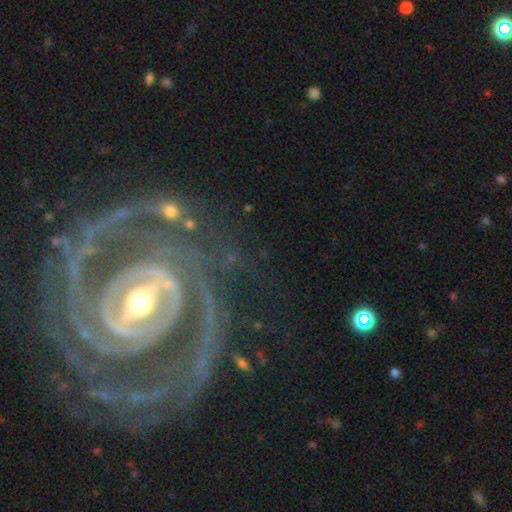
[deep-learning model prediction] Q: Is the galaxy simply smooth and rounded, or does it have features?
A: featured or disk — 92%.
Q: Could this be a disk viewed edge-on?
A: no — 97%.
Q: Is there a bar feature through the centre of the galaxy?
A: strong — 55%.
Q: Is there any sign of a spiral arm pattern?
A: yes — 98%.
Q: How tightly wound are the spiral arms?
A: tight — 72%.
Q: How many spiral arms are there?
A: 2 — 52%.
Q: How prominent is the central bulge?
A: moderate — 56%.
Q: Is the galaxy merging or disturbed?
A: none — 73%.